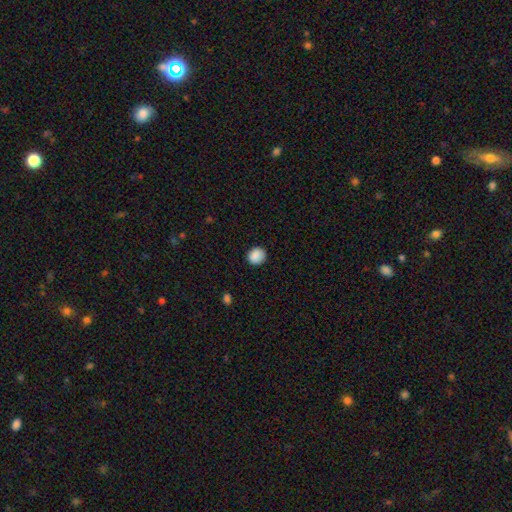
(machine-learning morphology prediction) Overall: smooth (88%). How rounded: round (83%). Merging: none (86%).